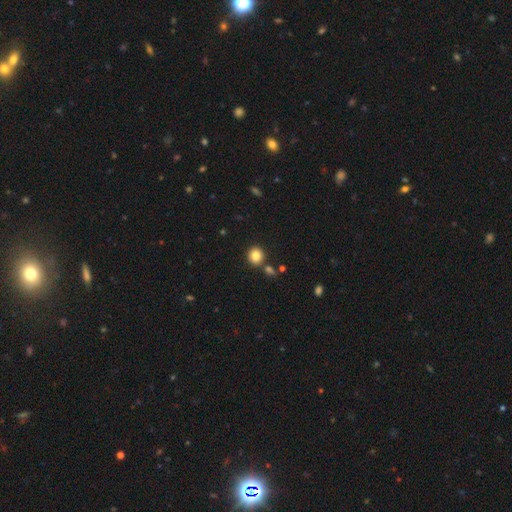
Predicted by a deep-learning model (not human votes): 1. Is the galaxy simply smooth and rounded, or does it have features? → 84% smooth, 10% star or artifact, 6% featured or disk.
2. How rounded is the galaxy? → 86% round, 13% in between, 1% cigar-shaped.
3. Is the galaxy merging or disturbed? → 82% none, 8% merger, 7% minor disturbance, 2% major disturbance.